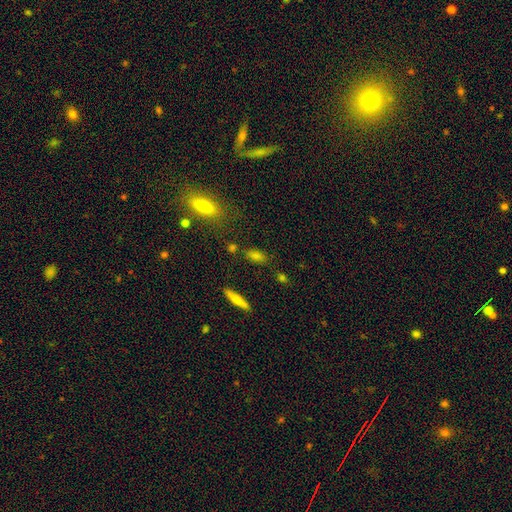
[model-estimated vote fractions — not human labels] A smooth galaxy with no disk features (68%) that is in between round and cigar-shaped (64%).

Vote fractions:
- Smooth or featured? smooth: 68% / star or artifact: 17% / featured or disk: 16%
- How rounded? in between: 64% / cigar-shaped: 24% / round: 11%
- Merging? none: 75% / minor disturbance: 14% / merger: 6% / major disturbance: 5%